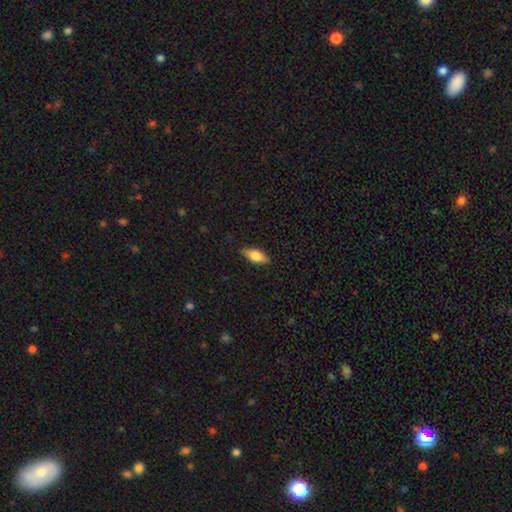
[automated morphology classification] Smooth or featured: smooth — 77% (featured or disk — 16%)
How rounded: in between — 84% (cigar-shaped — 14%)
Merging: none — 87% (minor disturbance — 10%)